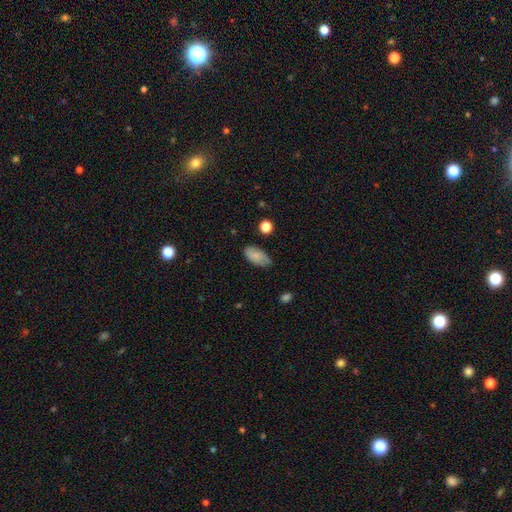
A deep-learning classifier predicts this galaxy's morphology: The model was most divided on "merging": none: 68%, minor disturbance: 25%, major disturbance: 5%, merger: 2%. More confident: how rounded — in between (93%); smooth or featured — smooth (79%).